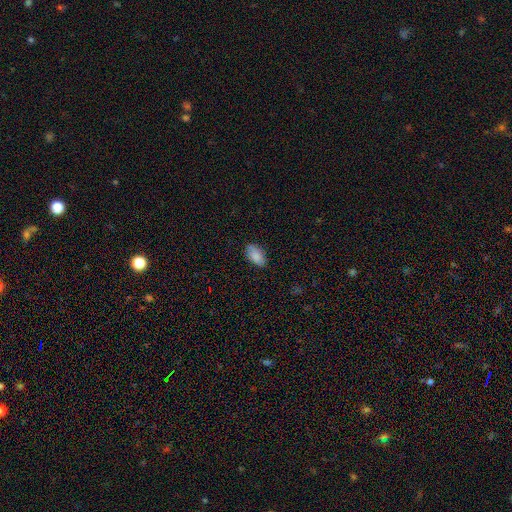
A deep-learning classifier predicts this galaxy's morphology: Overall: smooth (87%). How rounded: in between (93%). Merging: none (83%).